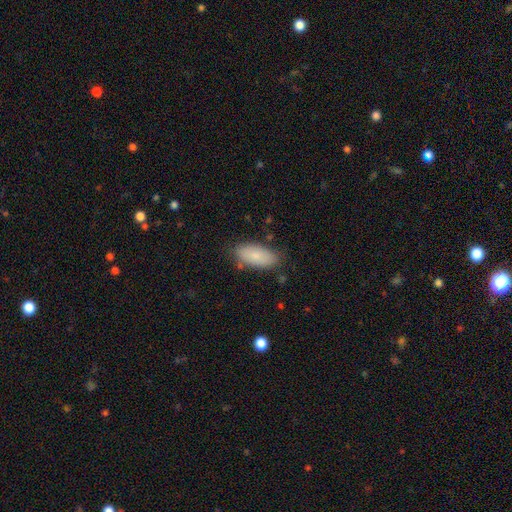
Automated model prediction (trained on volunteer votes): smooth_or_featured: smooth (p=0.84) [alt: featured or disk p=0.09]
how_rounded: in between (p=0.88) [alt: cigar-shaped p=0.10]
merging: none (p=0.80) [alt: minor disturbance p=0.15]